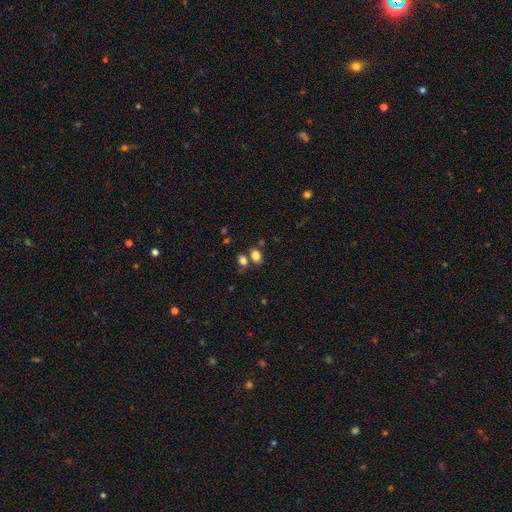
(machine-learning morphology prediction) This appears to be a smooth galaxy with no disk features (81%) that is in between round and cigar-shaped (78%). Merging: none (62%).